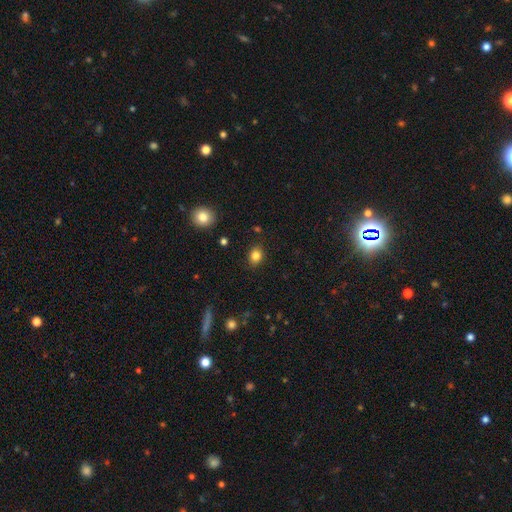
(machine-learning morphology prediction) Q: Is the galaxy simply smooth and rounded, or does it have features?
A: smooth — 83%.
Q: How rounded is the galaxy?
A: round — 53%.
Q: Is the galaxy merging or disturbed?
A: none — 86%.